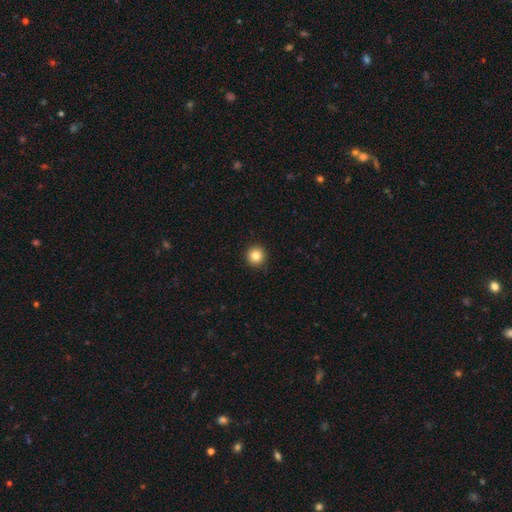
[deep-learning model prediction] This is clearly a smooth galaxy (83%). How rounded: clearly round (96%). Merging: clearly none (93%).